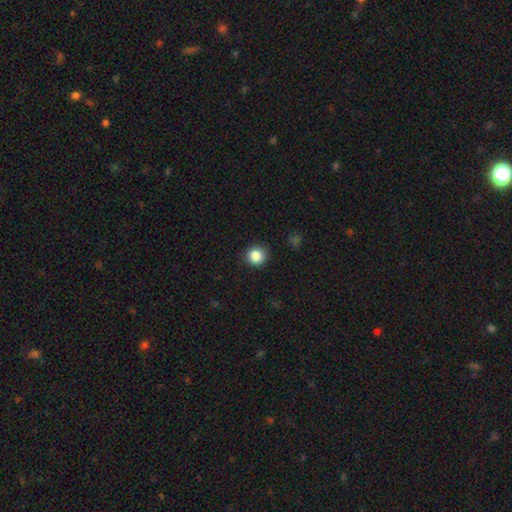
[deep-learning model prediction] smooth 86%, star or artifact 10%, featured or disk 4%. Down the decision tree: how rounded — round (93%); merging — none (89%).